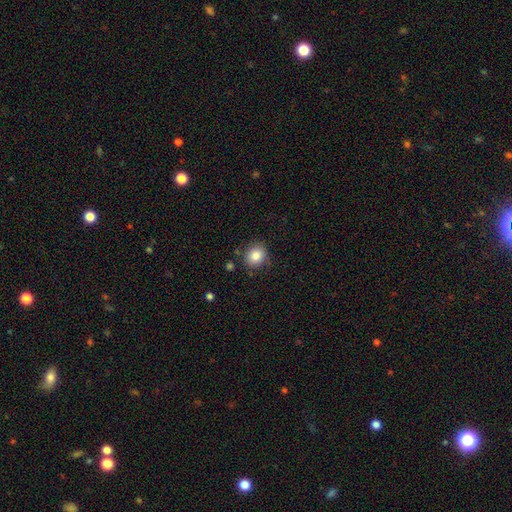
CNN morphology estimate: The model was most divided on "how rounded": round: 73%, in between: 26%, cigar-shaped: 1%. More confident: smooth or featured — smooth (84%); merging — none (83%).